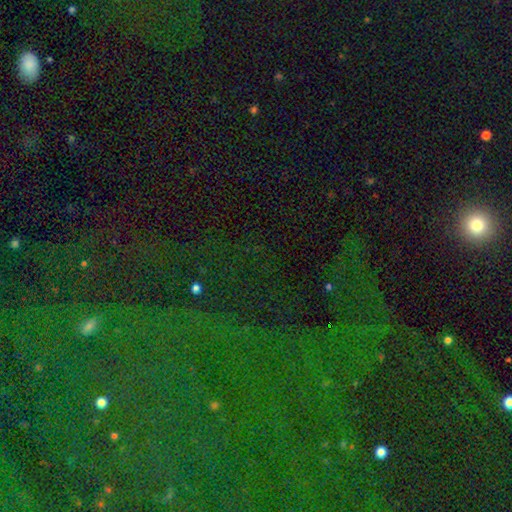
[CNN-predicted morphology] Overall: star or artifact (79%).